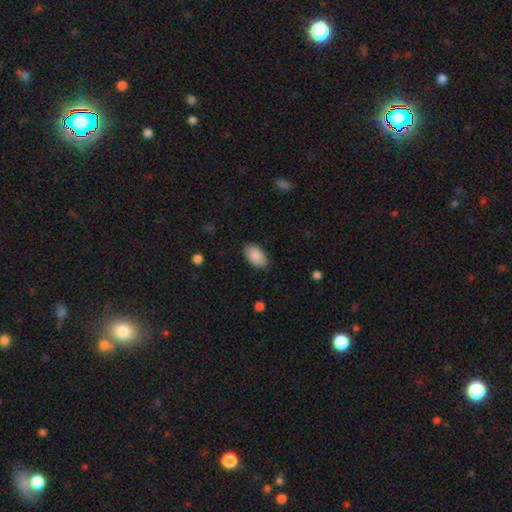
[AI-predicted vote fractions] This appears to be a smooth galaxy with no disk features (90%) that is in between round and cigar-shaped (94%). Merging: none (86%).